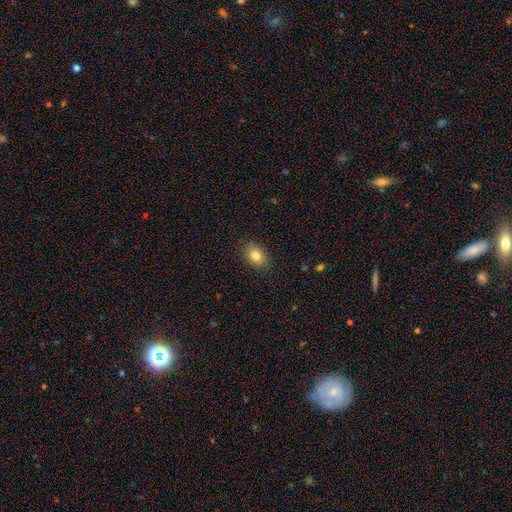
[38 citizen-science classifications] This is clearly a smooth galaxy (89%). How rounded: clearly in between (82%). Merging: clearly none (81%).